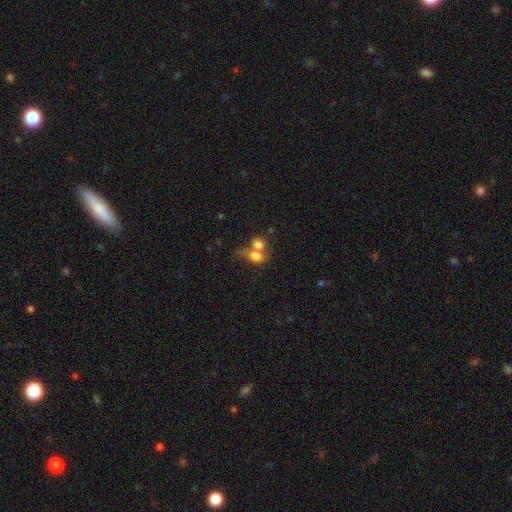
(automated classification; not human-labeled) Q: Smooth or featured?
A: smooth (73%); runner-up: featured or disk (17%)
Q: How rounded?
A: in between (66%); runner-up: round (31%)
Q: Merging?
A: merger (66%); runner-up: none (16%)